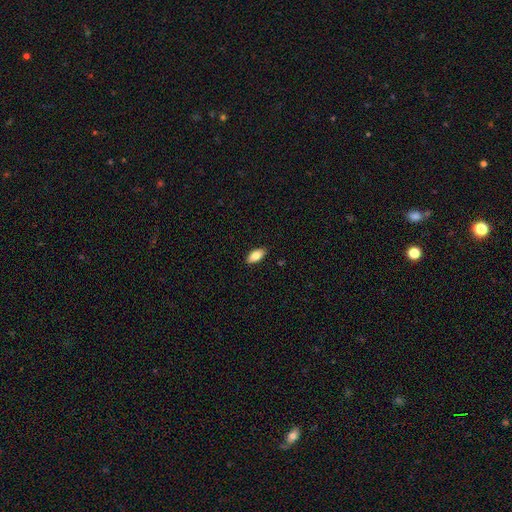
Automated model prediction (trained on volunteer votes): Smooth or featured?
  - smooth: 82% *
  - featured or disk: 11%
  - star or artifact: 7%
How rounded?
  - in between: 90% *
  - cigar-shaped: 7%
  - round: 3%
Merging?
  - none: 89% *
  - minor disturbance: 8%
  - major disturbance: 2%
  - merger: 1%